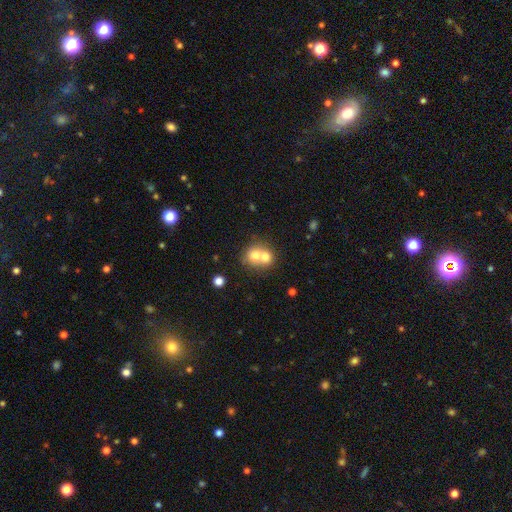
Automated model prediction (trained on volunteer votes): Q: Smooth or featured?
A: smooth (69%); runner-up: featured or disk (21%)
Q: How rounded?
A: round (74%); runner-up: in between (25%)
Q: Merging?
A: merger (65%); runner-up: none (27%)